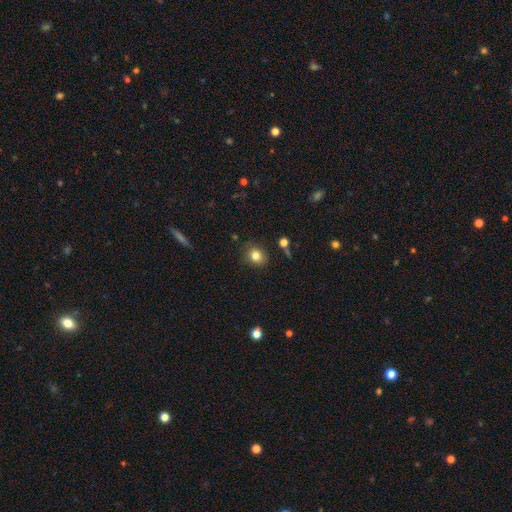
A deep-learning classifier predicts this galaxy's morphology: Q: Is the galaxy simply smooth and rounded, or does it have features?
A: smooth — 81%.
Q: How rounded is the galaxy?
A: round — 69%.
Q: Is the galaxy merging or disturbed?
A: none — 83%.